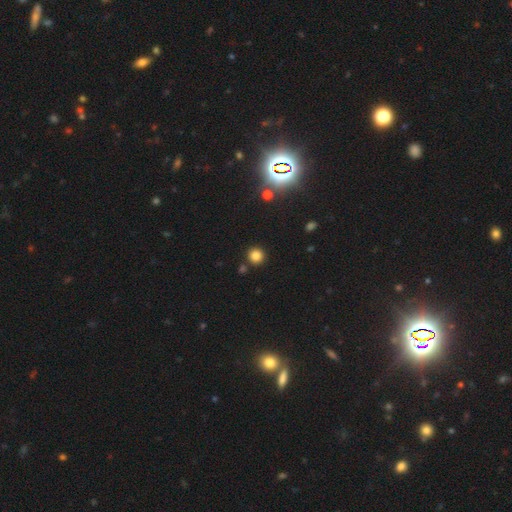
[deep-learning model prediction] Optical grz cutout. It shows a smooth galaxy with no disk features (83%) that is round (93%). Merging: none (86%).